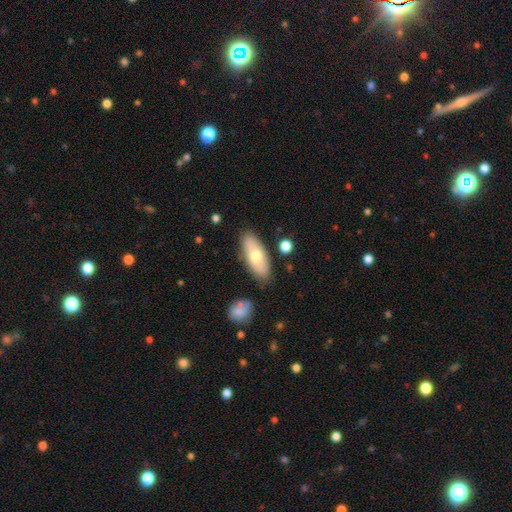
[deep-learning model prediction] smooth_or_featured: smooth (p=0.66) [alt: featured or disk p=0.28]
how_rounded: in between (p=0.79) [alt: cigar-shaped p=0.18]
merging: none (p=0.82) [alt: minor disturbance p=0.12]